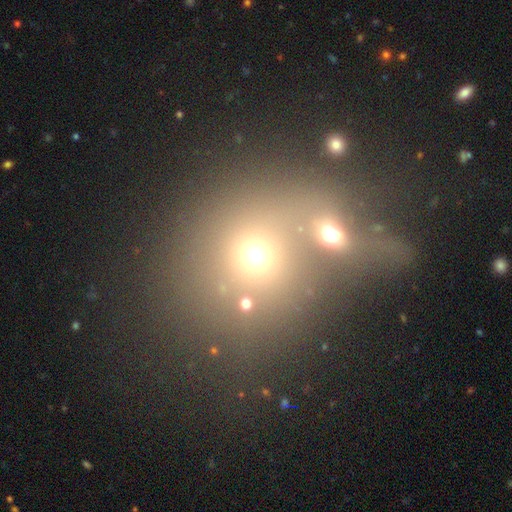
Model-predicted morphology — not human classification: Overall: smooth (60%; star or artifact 22%). How rounded: round (78%). Merging: merger (51%; none 33%).